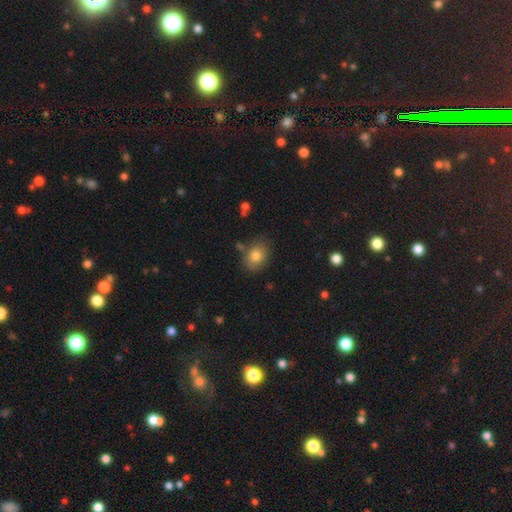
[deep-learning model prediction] Smooth or featured? smooth (80%)
How rounded? in between (57%)
Merging? none (77%)